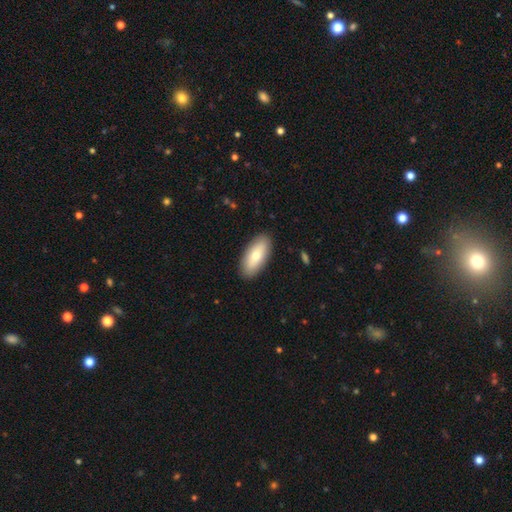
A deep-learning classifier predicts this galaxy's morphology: Smooth or featured? smooth (73%)
How rounded? in between (87%)
Merging? none (89%)